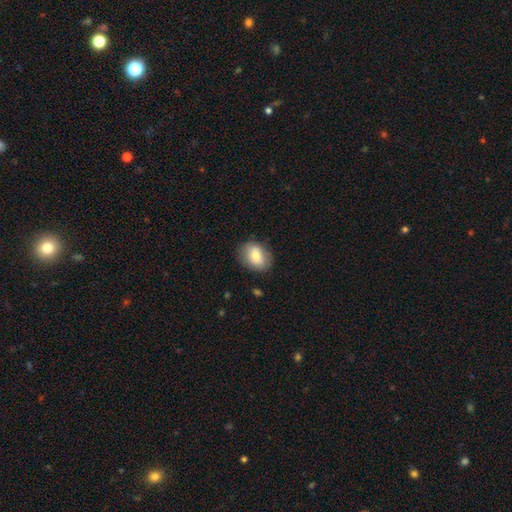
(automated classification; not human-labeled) Q: Smooth or featured?
A: smooth (78%); runner-up: featured or disk (15%)
Q: How rounded?
A: in between (72%); runner-up: round (27%)
Q: Merging?
A: none (81%); runner-up: minor disturbance (14%)